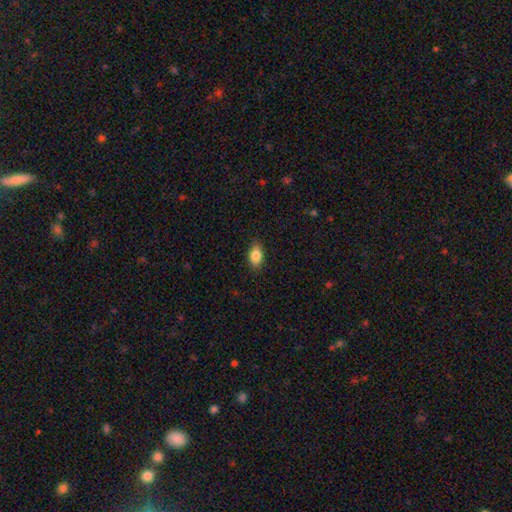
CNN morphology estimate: Smooth or featured? smooth (84%)
How rounded? in between (88%)
Merging? none (86%)